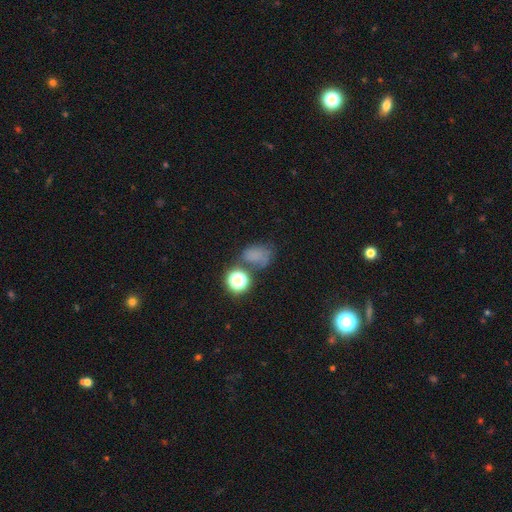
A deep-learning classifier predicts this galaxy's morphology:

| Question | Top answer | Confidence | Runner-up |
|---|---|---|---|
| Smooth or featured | smooth | 62% | star or artifact (26%) |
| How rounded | in between | 58% | round (41%) |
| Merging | none | 44% | minor disturbance (22%) |